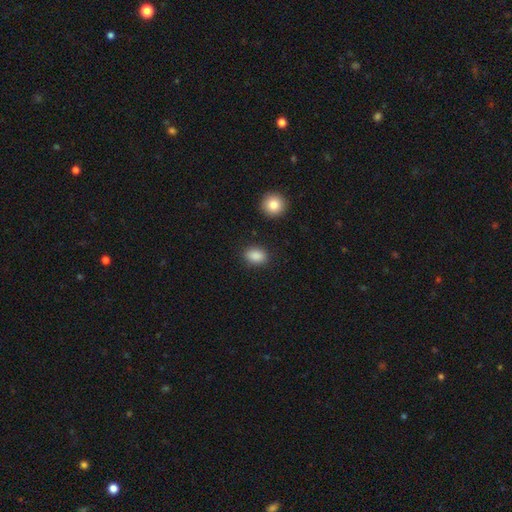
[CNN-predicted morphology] The model was most divided on "how rounded": in between: 75%, round: 23%, cigar-shaped: 2%. More confident: smooth or featured — smooth (88%); merging — none (86%).